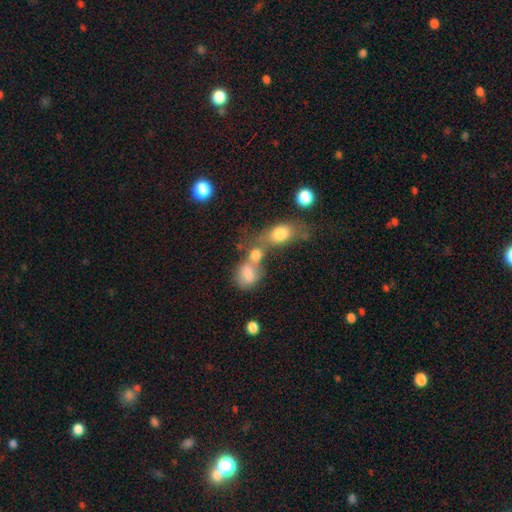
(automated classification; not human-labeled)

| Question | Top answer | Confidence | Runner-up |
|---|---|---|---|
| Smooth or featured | smooth | 63% | featured or disk (20%) |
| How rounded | in between | 61% | round (34%) |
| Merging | merger | 51% | none (29%) |